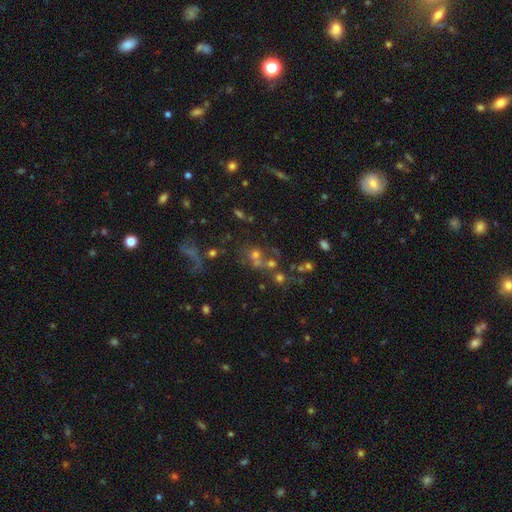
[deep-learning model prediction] Smooth or featured? smooth (44%)
Merging? none (43%)